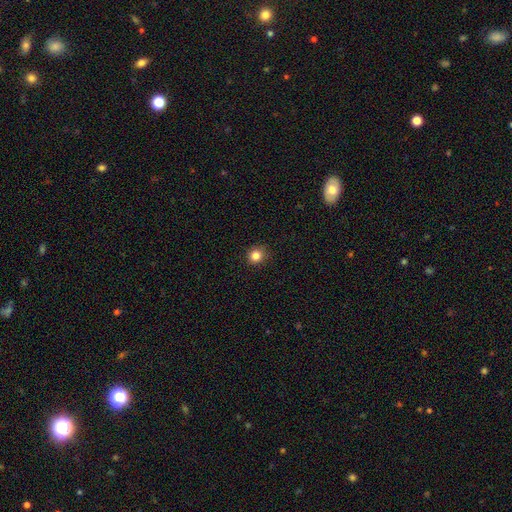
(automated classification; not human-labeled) Morphology: type=smooth (83%); roundness=round (90%); merging=none (90%).